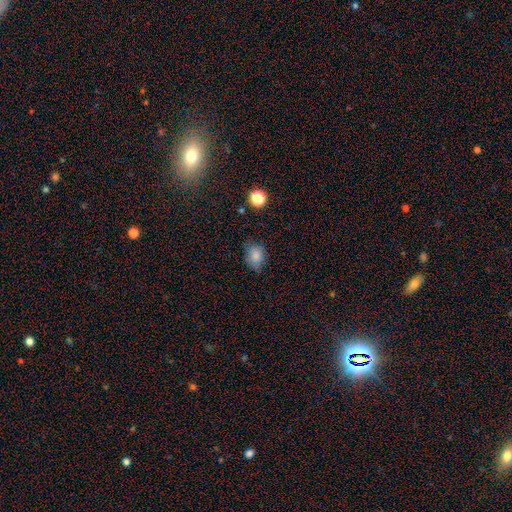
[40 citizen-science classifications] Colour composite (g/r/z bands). It shows a smooth galaxy with no disk features (78%) that is in between round and cigar-shaped (55%). Merging: none (60%).